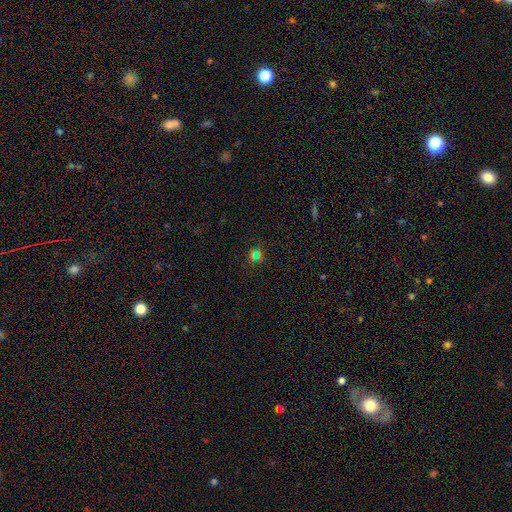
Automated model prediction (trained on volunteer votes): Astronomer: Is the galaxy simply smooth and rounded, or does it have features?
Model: star or artifact — 49% (runner-up: smooth, 41%).